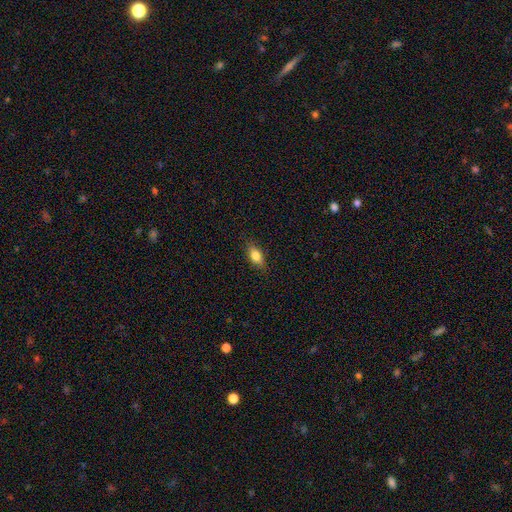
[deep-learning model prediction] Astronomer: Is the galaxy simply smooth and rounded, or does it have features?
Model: smooth — 80%.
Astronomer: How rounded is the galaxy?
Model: in between — 84%.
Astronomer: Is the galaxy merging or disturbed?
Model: none — 85%.